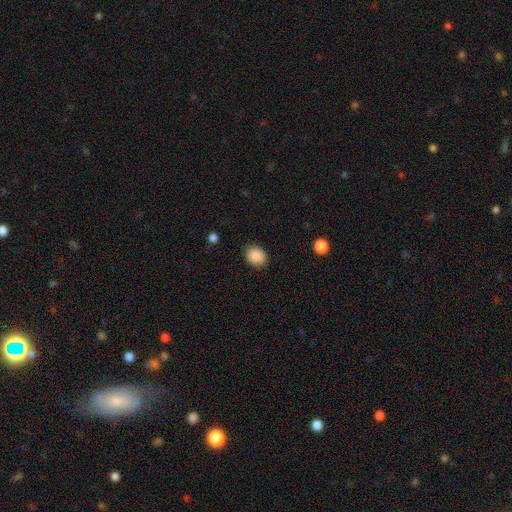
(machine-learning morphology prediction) This appears to be a smooth galaxy with no disk features (89%) that is round (52%). Merging: none (84%).